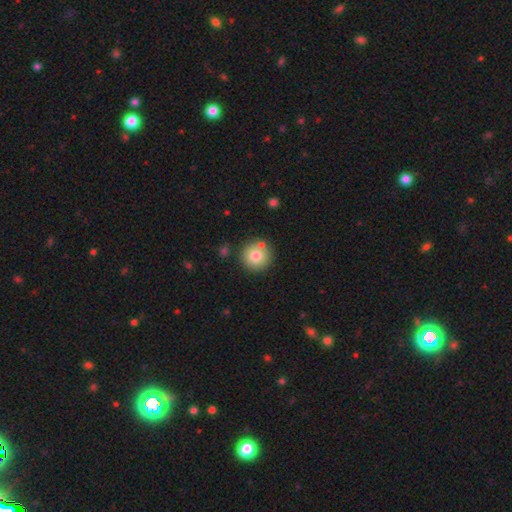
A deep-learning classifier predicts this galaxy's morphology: Smooth or featured: smooth — 77% (featured or disk — 12%)
How rounded: round — 95% (in between — 4%)
Merging: none — 78% (merger — 11%)